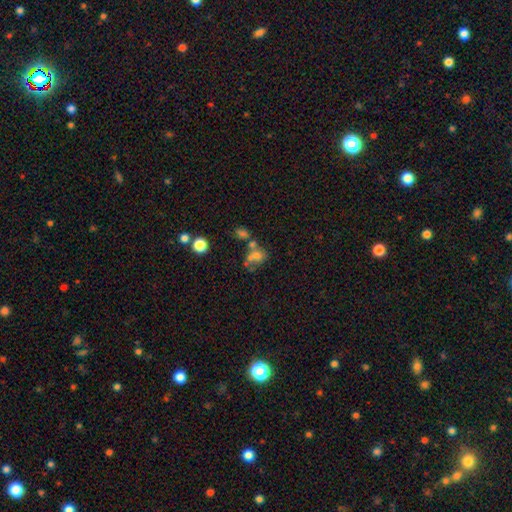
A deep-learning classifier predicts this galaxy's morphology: A smooth galaxy with no disk features (61%) that is round (55%).

Vote fractions:
- Smooth or featured? smooth: 61% / featured or disk: 23% / star or artifact: 17%
- How rounded? round: 55% / in between: 44% / cigar-shaped: 1%
- Merging? merger: 46% / none: 31% / minor disturbance: 13% / major disturbance: 11%